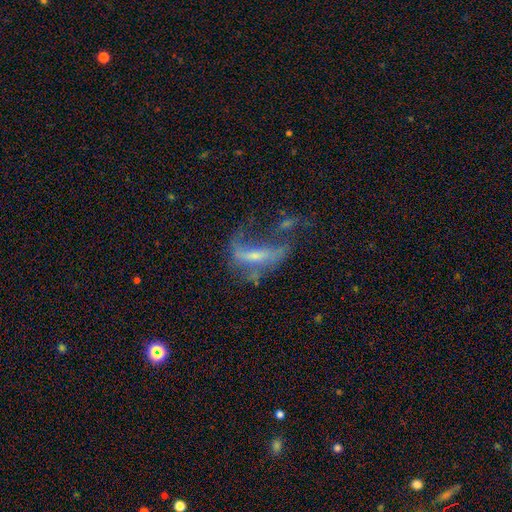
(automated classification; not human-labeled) The model was most divided on "spiral arms": no: 51%, yes: 49%. Remaining: edge-on disk — no (85%); smooth or featured — featured or disk (63%); bulge size — small (53%); merging — major disturbance (51%); bar — no (42%).